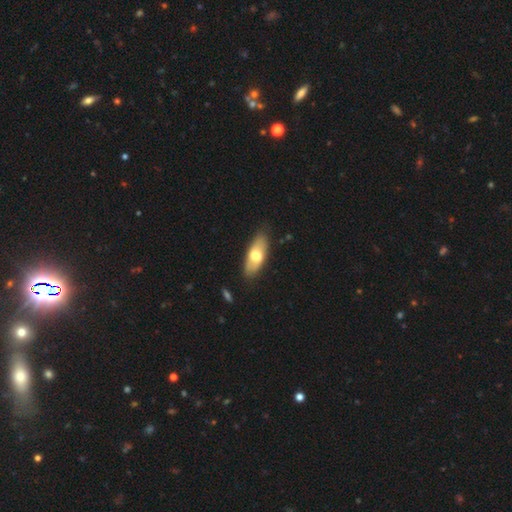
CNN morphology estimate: A smooth galaxy with no disk features (65%) that is in between round and cigar-shaped (80%).

Vote fractions:
- Smooth or featured? smooth: 65% / featured or disk: 30% / star or artifact: 5%
- How rounded? in between: 80% / cigar-shaped: 17% / round: 3%
- Merging? none: 83% / minor disturbance: 13% / major disturbance: 3% / merger: 1%